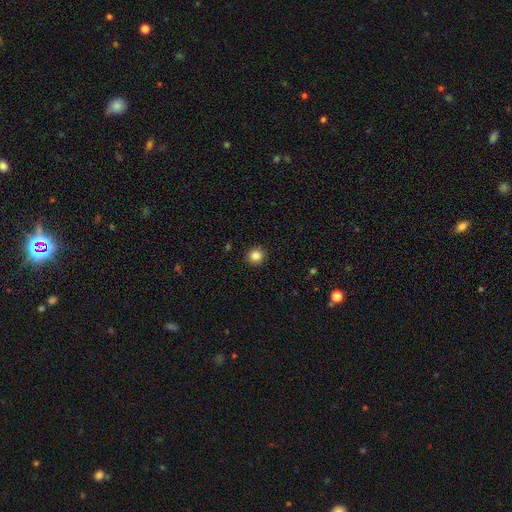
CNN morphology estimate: Overall: smooth (84%). How rounded: round (92%). Merging: none (93%).